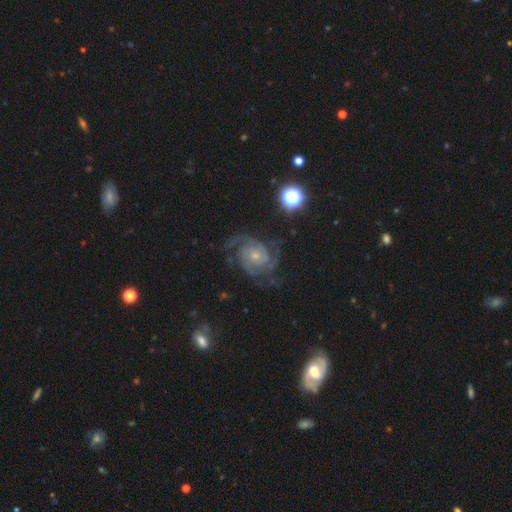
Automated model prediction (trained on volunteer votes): smooth_or_featured: featured or disk (p=0.88) [alt: star or artifact p=0.06]
disk_edge_on: no (p=0.98) [alt: yes p=0.02]
bar: no (p=0.72) [alt: weak p=0.23]
has_spiral_arms: yes (p=0.97) [alt: no p=0.03]
spiral_winding: tight (p=0.51) [alt: medium p=0.41]
spiral_arm_count: 3 (p=0.30) [alt: 2 p=0.28]
bulge_size: small (p=0.63) [alt: moderate p=0.31]
merging: none (p=0.68) [alt: minor disturbance p=0.18]